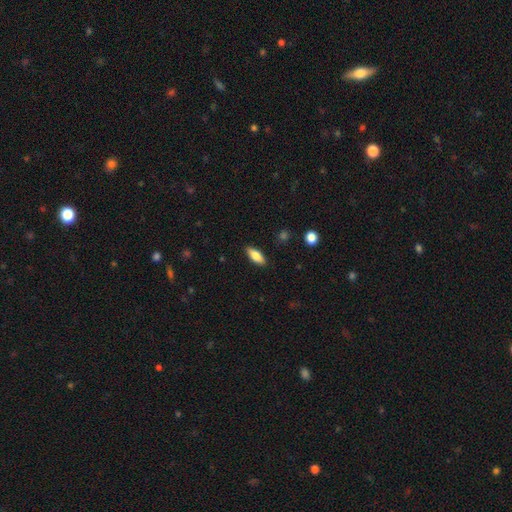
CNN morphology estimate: Smooth or featured: smooth — 76% (featured or disk — 18%)
How rounded: in between — 73% (cigar-shaped — 24%)
Merging: none — 88% (minor disturbance — 9%)